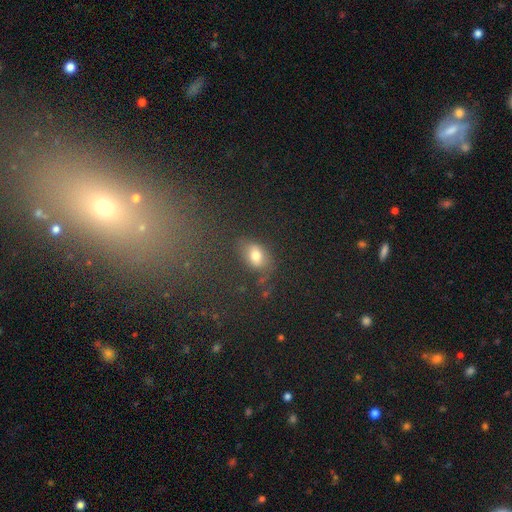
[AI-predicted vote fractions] Smooth or featured? Predicted: smooth (p=0.71). How rounded? Predicted: in between (p=0.78). Merging? Predicted: none (p=0.67).